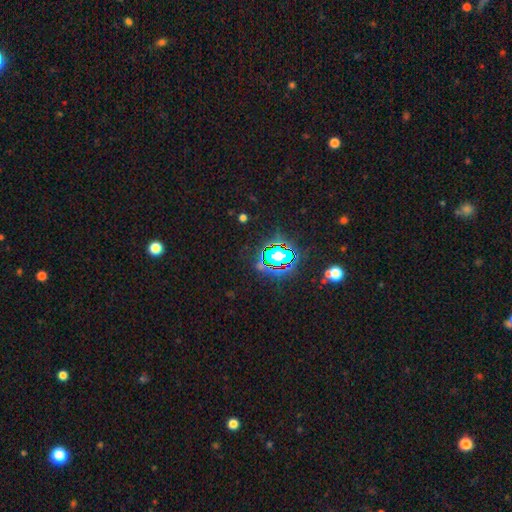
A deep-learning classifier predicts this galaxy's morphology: This appears to be a star or artifact, not a galaxy (82%).